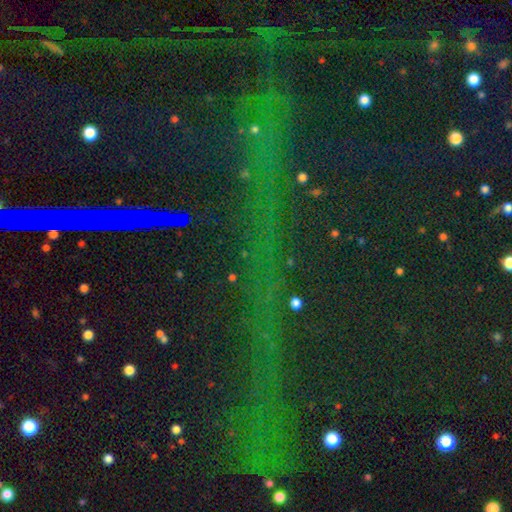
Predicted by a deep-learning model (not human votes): This appears to be a star or artifact, not a galaxy (82%).